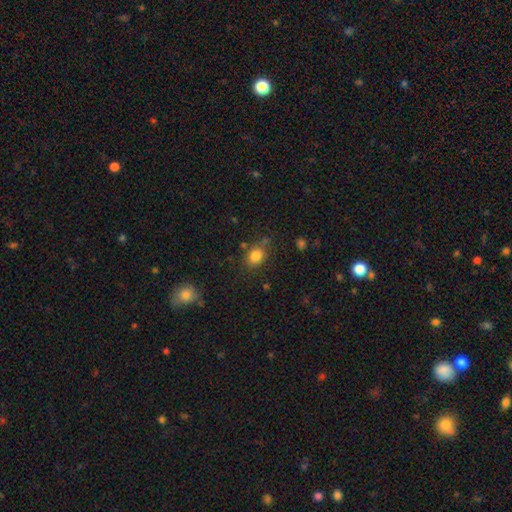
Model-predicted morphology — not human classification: smooth-or-featured: smooth: 82% | star or artifact: 11% | featured or disk: 6%
  how-rounded: round: 53% | in between: 45% | cigar-shaped: 1%
  merging: none: 70% | minor disturbance: 18% | merger: 6% | major disturbance: 6%